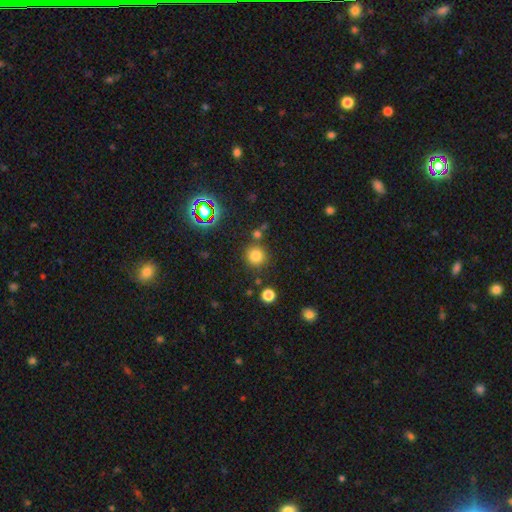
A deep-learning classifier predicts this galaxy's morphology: Smooth or featured? Predicted: smooth (p=0.76). How rounded? Predicted: round (p=0.93). Merging? Predicted: none (p=0.81).